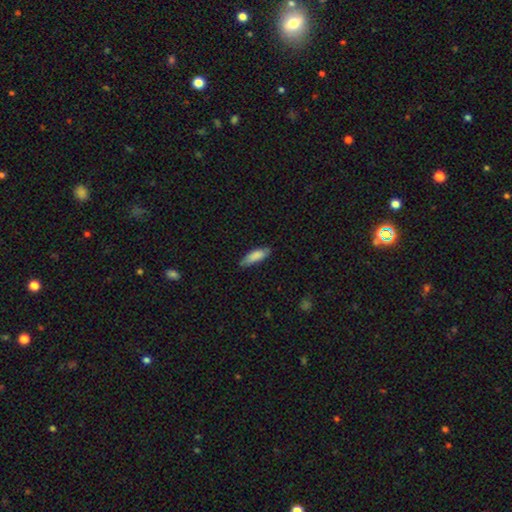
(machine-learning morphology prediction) smooth_or_featured: smooth (p=0.85) [alt: featured or disk p=0.09]
how_rounded: in between (p=0.53) [alt: cigar-shaped p=0.45]
merging: none (p=0.74) [alt: minor disturbance p=0.22]